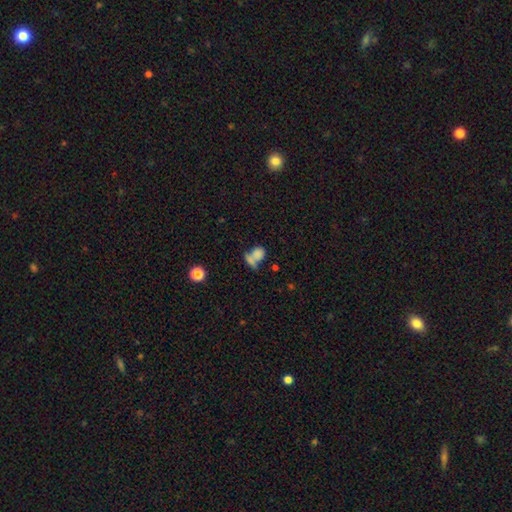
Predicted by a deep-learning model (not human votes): Overall: smooth (74%). How rounded: in between (54%; round 43%). Merging: merger (54%; none 25%).